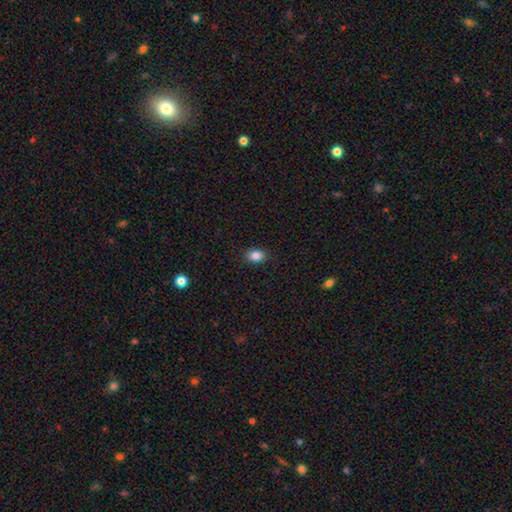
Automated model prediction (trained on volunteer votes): This is clearly a smooth galaxy (85%). How rounded: likely in between (74%). Merging: clearly none (88%).